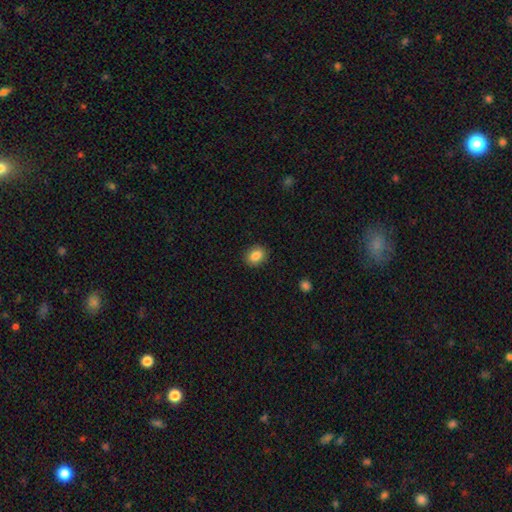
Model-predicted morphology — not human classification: smooth_or_featured: smooth (p=0.86) [alt: star or artifact p=0.09]
how_rounded: in between (p=0.52) [alt: round p=0.47]
merging: none (p=0.89) [alt: minor disturbance p=0.08]